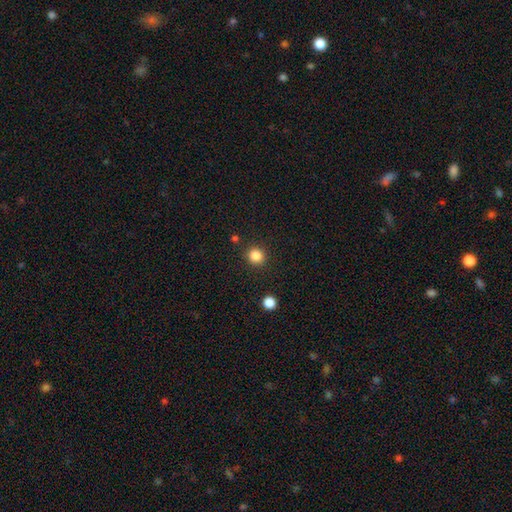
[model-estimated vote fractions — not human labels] Smooth or featured?
  - smooth: 84% *
  - star or artifact: 12%
  - featured or disk: 4%
How rounded?
  - round: 90% *
  - in between: 9%
  - cigar-shaped: 1%
Merging?
  - none: 90% *
  - minor disturbance: 6%
  - major disturbance: 2%
  - merger: 2%